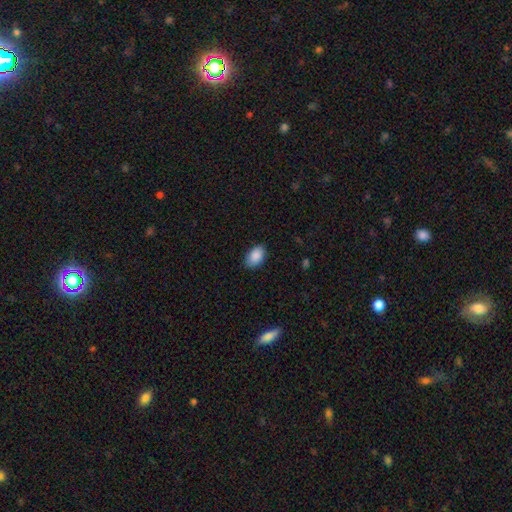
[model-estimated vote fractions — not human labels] smooth 89%, star or artifact 7%, featured or disk 4%. Down the decision tree: how rounded — in between (91%); merging — none (84%).